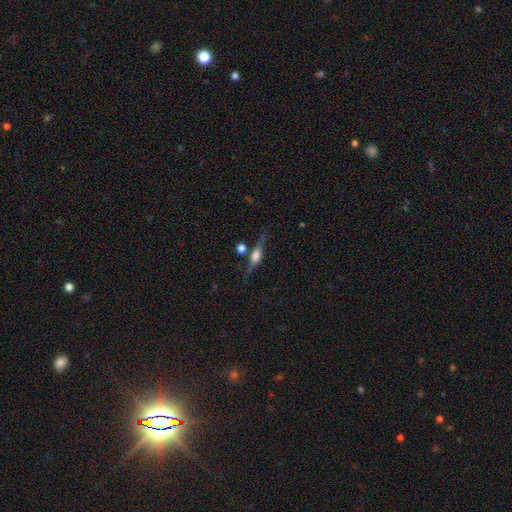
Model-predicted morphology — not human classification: A featured or disk galaxy (70%) viewed edge-on (96%) with a rounded central bulge (80%).

Vote fractions:
- Smooth or featured? featured or disk: 70% / smooth: 22% / star or artifact: 8%
- Edge-on disk? yes: 96% / no: 4%
- Edge-on bulge? rounded: 80% / boxy: 16% / none: 3%
- Merging? none: 77% / minor disturbance: 13% / merger: 6% / major disturbance: 4%